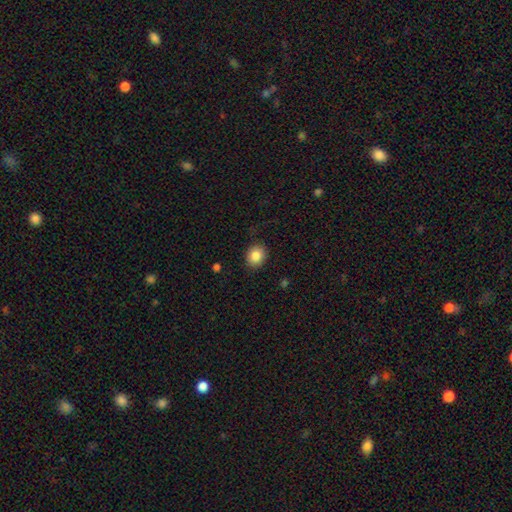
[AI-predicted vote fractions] Q: Smooth or featured?
A: smooth (85%); runner-up: star or artifact (9%)
Q: How rounded?
A: round (63%); runner-up: in between (36%)
Q: Merging?
A: none (87%); runner-up: minor disturbance (9%)